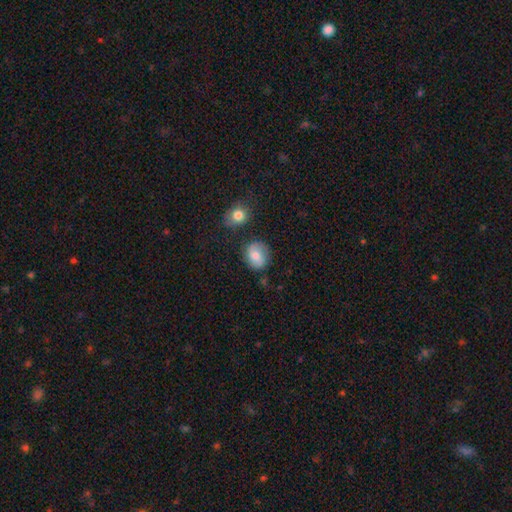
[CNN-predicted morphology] This is likely a smooth galaxy (76%). How rounded: likely round (68%). Merging: likely none (73%).